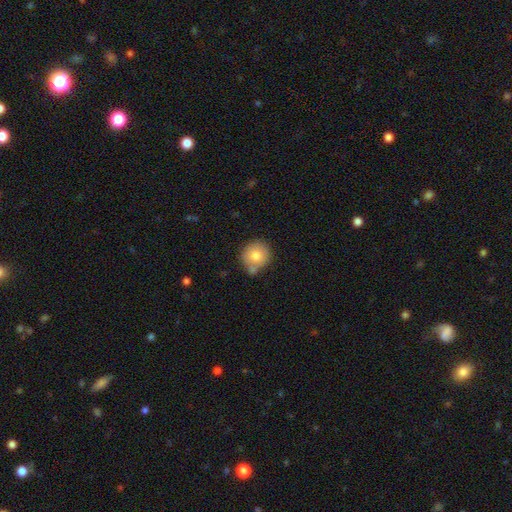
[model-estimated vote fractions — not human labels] Smooth or featured? Predicted: smooth (p=0.78). How rounded? Predicted: round (p=0.90). Merging? Predicted: none (p=0.62).